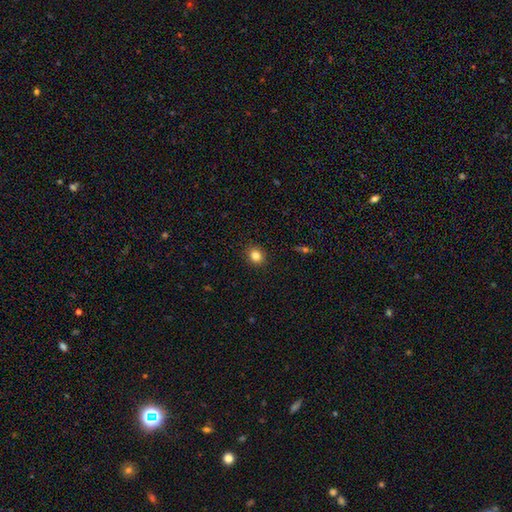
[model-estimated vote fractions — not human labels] smooth_or_featured: smooth (p=0.83) [alt: star or artifact p=0.11]
how_rounded: round (p=0.68) [alt: in between p=0.31]
merging: none (p=0.90) [alt: minor disturbance p=0.07]